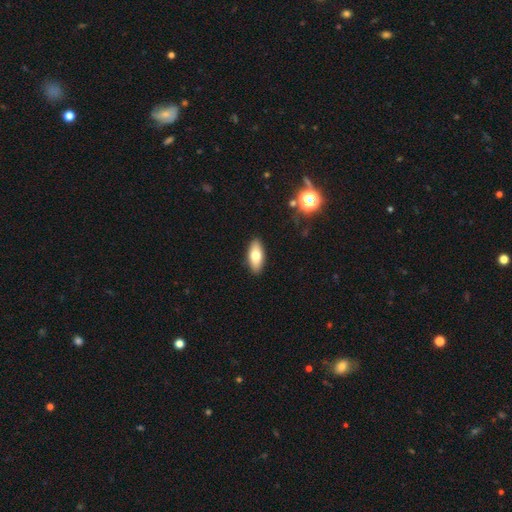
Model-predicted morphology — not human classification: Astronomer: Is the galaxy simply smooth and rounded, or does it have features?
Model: smooth — 72%.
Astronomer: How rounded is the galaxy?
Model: in between — 82%.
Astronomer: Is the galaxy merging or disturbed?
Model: none — 89%.